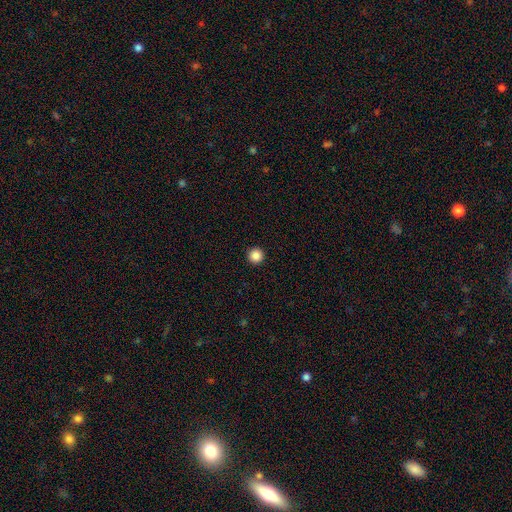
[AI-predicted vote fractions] A smooth galaxy with no disk features (87%) that is round (97%).

Vote fractions:
- Smooth or featured? smooth: 87% / star or artifact: 10% / featured or disk: 3%
- How rounded? round: 97% / in between: 2% / cigar-shaped: 1%
- Merging? none: 94% / minor disturbance: 3% / major disturbance: 1% / merger: 1%